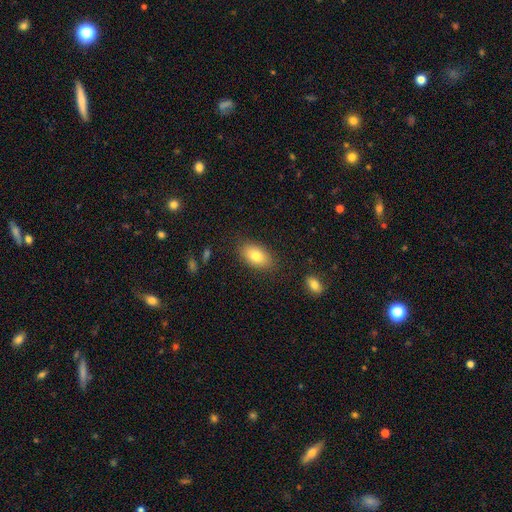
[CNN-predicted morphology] The model was most divided on "smooth or featured": smooth: 81%, featured or disk: 12%, star or artifact: 7%. More confident: how rounded — in between (91%); merging — none (84%).